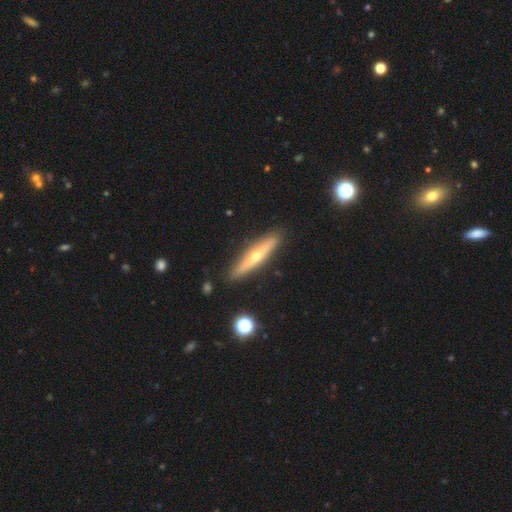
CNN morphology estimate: smooth-or-featured: featured or disk: 57% | smooth: 36% | star or artifact: 6%
  disk-edge-on: yes: 90% | no: 10%
    edge-on-bulge: rounded: 87% | none: 11% | boxy: 2%
  merging: none: 89% | minor disturbance: 7% | major disturbance: 2% | merger: 1%